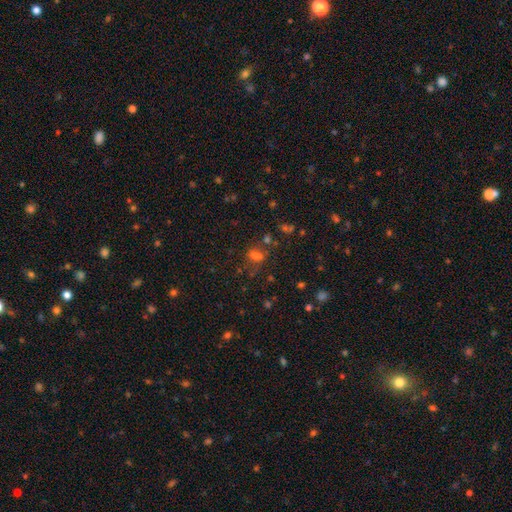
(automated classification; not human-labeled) Smooth or featured? smooth (51%)
How rounded? in between (58%)
Merging? none (54%)